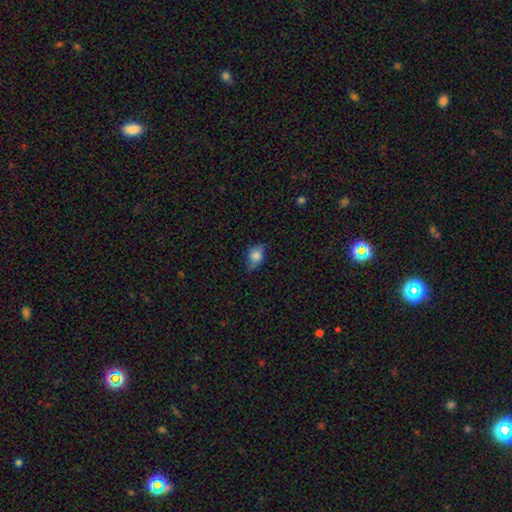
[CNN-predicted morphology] Smooth or featured? Predicted: smooth (p=0.78). How rounded? Predicted: in between (p=0.74). Merging? Predicted: none (p=0.62).